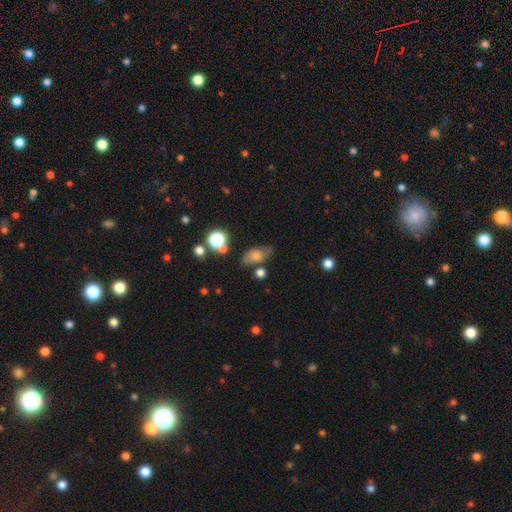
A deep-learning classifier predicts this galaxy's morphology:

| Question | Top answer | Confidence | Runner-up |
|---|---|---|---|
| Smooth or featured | smooth | 67% | featured or disk (21%) |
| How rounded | in between | 82% | round (12%) |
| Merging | none | 64% | minor disturbance (21%) |